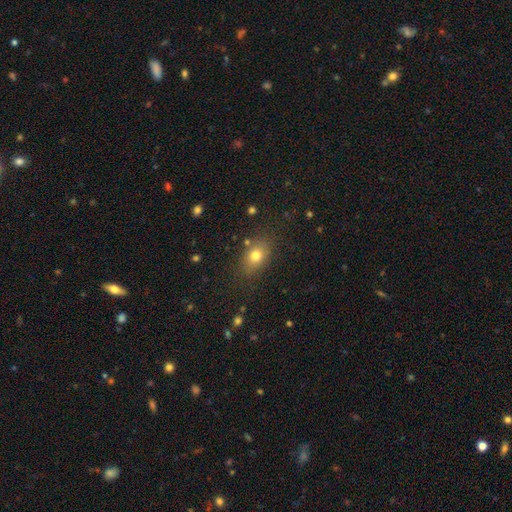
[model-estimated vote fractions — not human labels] smooth-or-featured: smooth: 76% | star or artifact: 12% | featured or disk: 12%
  how-rounded: in between: 69% | round: 29% | cigar-shaped: 2%
  merging: none: 79% | minor disturbance: 13% | major disturbance: 5% | merger: 3%